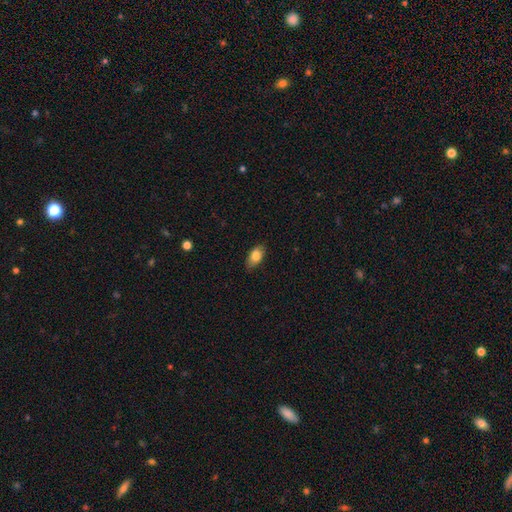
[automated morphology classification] smooth_or_featured: smooth (p=0.81) [alt: featured or disk p=0.11]
how_rounded: in between (p=0.89) [alt: cigar-shaped p=0.05]
merging: none (p=0.83) [alt: minor disturbance p=0.13]